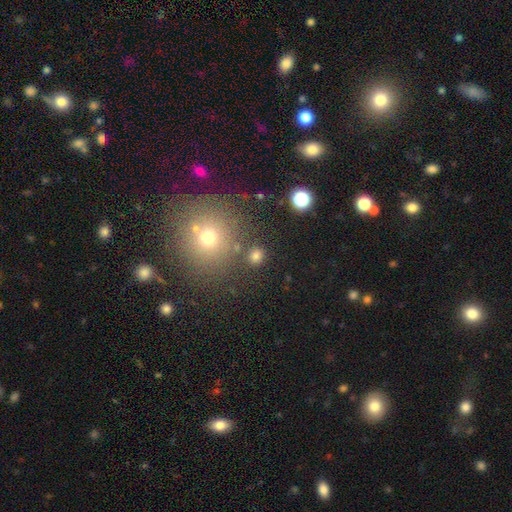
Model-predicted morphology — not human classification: A smooth galaxy with no disk features (76%) that is round (84%). Merging: none (84%).